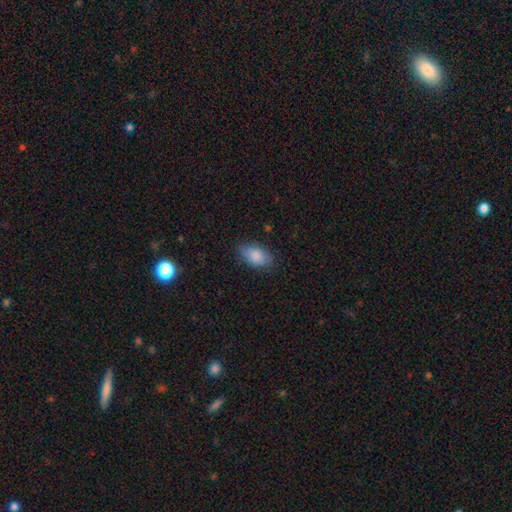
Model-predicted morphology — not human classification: A smooth galaxy with no disk features (85%) that is in between round and cigar-shaped (91%).

Vote fractions:
- Smooth or featured? smooth: 85% / featured or disk: 8% / star or artifact: 7%
- How rounded? in between: 91% / round: 7% / cigar-shaped: 2%
- Merging? none: 77% / minor disturbance: 18% / major disturbance: 4% / merger: 1%